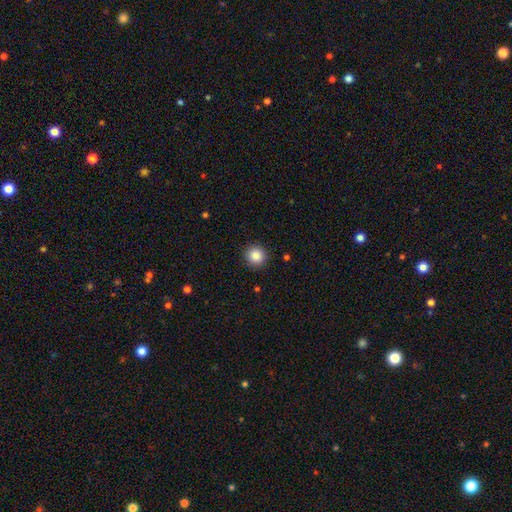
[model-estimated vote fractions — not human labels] Smooth or featured: smooth — 87% (star or artifact — 10%)
How rounded: round — 94% (in between — 5%)
Merging: none — 91% (minor disturbance — 6%)